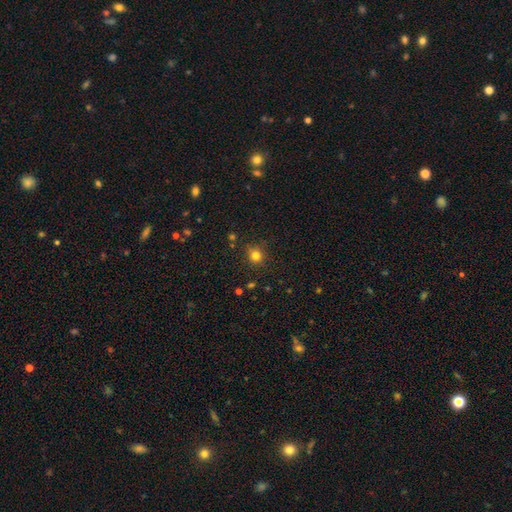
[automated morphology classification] smooth_or_featured: smooth (p=0.79) [alt: star or artifact p=0.15]
how_rounded: round (p=0.89) [alt: in between p=0.10]
merging: none (p=0.85) [alt: minor disturbance p=0.10]